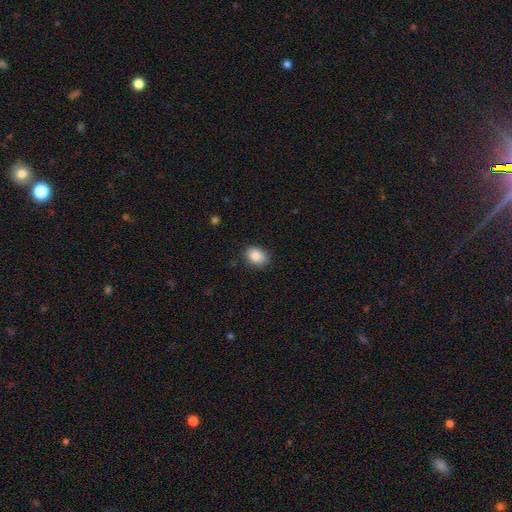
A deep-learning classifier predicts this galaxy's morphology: Smooth or featured? Predicted: smooth (p=0.88). How rounded? Predicted: in between (p=0.75). Merging? Predicted: none (p=0.82).